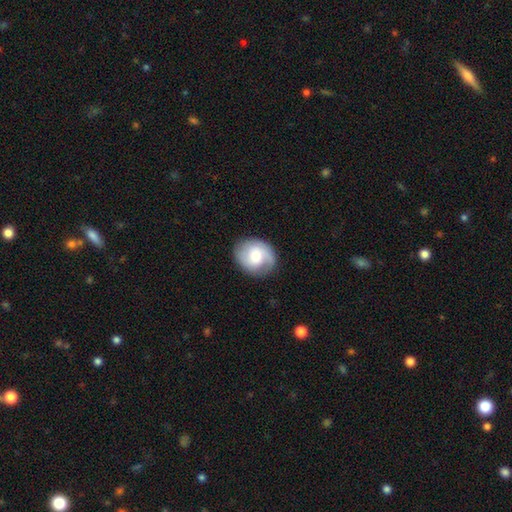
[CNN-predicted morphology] Q: Smooth or featured?
A: featured or disk (48%); runner-up: smooth (45%)
Q: Merging?
A: none (79%); runner-up: minor disturbance (15%)